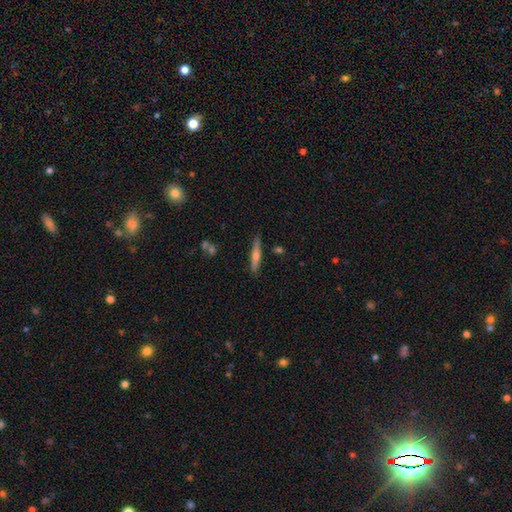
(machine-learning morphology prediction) The model was most divided on "smooth or featured": featured or disk: 52%, smooth: 41%, star or artifact: 7%. More confident: edge-on disk — yes (95%); merging — none (87%).